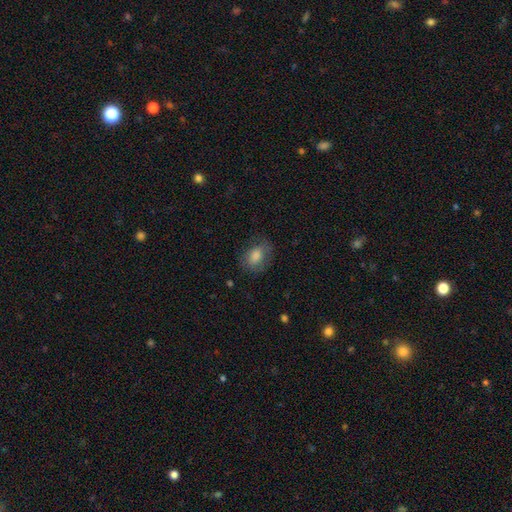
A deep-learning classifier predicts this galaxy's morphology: smooth_or_featured: smooth (p=0.75) [alt: featured or disk p=0.15]
how_rounded: in between (p=0.69) [alt: round p=0.30]
merging: none (p=0.71) [alt: minor disturbance p=0.19]